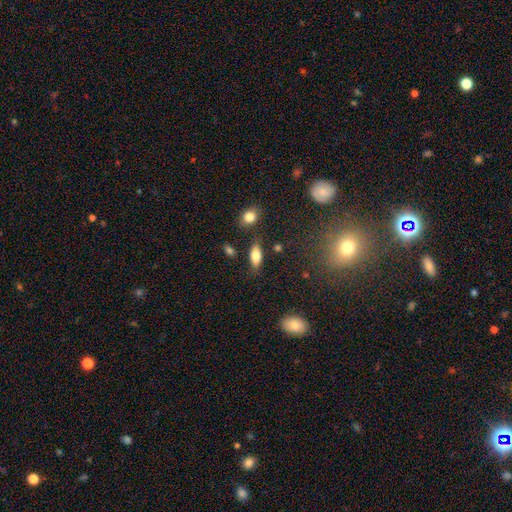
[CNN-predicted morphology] type=smooth (76%); roundness=in between (82%); merging=none (79%).